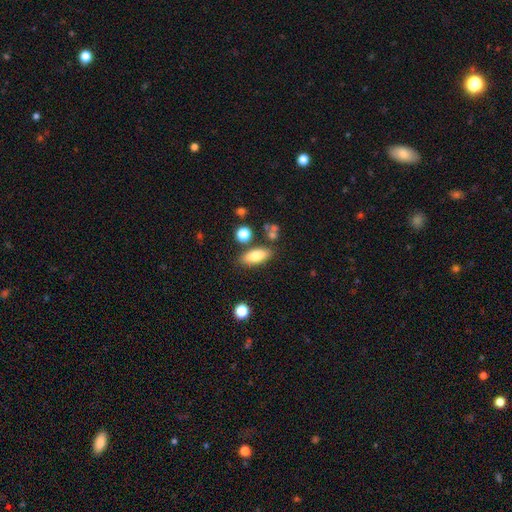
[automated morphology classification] type=smooth (79%); roundness=in between (78%); merging=none (77%).